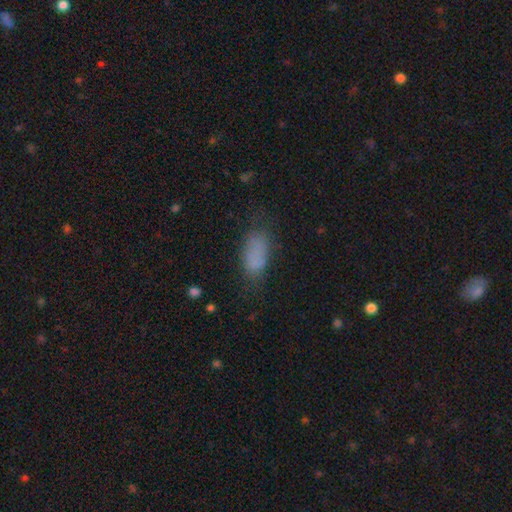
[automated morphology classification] The model was most divided on "merging": none: 60%, minor disturbance: 24%, major disturbance: 13%, merger: 3%. More confident: how rounded — in between (89%); smooth or featured — smooth (76%).